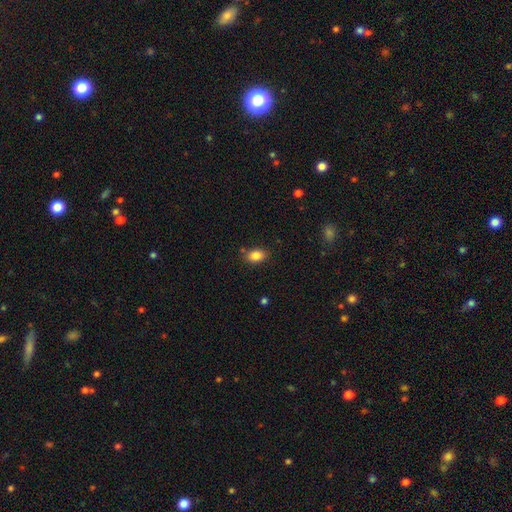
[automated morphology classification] A smooth galaxy with no disk features (85%) that is in between round and cigar-shaped (83%).

Vote fractions:
- Smooth or featured? smooth: 85% / star or artifact: 9% / featured or disk: 6%
- How rounded? in between: 83% / round: 15% / cigar-shaped: 2%
- Merging? none: 82% / minor disturbance: 12% / merger: 3% / major disturbance: 3%